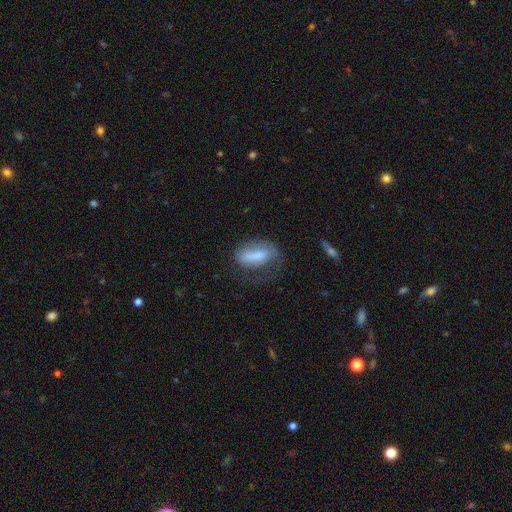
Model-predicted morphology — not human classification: This is likely a smooth galaxy (63%). How rounded: likely in between (80%). Merging: marginally none (42%).